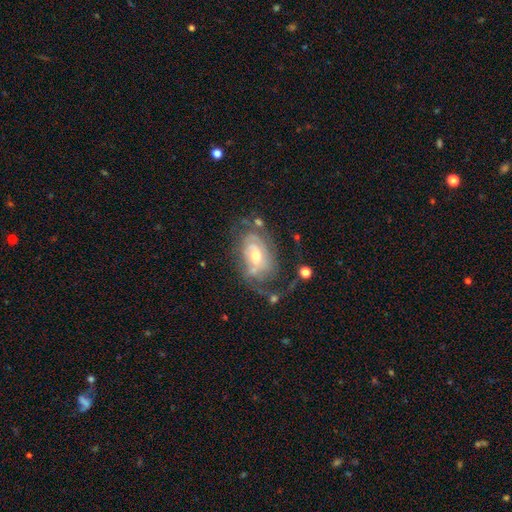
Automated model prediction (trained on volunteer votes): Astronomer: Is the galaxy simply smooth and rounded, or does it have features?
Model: featured or disk — 79%.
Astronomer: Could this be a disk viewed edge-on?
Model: no — 95%.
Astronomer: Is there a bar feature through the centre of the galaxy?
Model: no — 58% (runner-up: weak, 34%).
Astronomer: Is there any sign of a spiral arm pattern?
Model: yes — 86%.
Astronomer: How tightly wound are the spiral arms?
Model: tight — 60%.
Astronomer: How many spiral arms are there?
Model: can't tell — 45% (runner-up: 2, 29%).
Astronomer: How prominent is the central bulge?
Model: moderate — 63%.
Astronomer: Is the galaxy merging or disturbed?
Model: none — 52%.